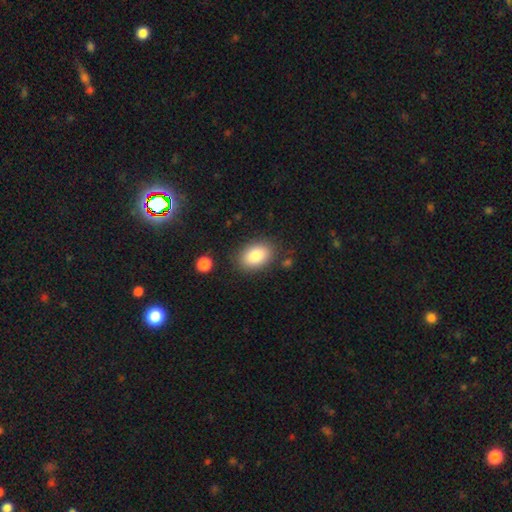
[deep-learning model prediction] Smooth or featured?
  - smooth: 85% *
  - featured or disk: 8%
  - star or artifact: 7%
How rounded?
  - in between: 83% *
  - round: 16%
  - cigar-shaped: 1%
Merging?
  - none: 84% *
  - minor disturbance: 11%
  - major disturbance: 3%
  - merger: 2%